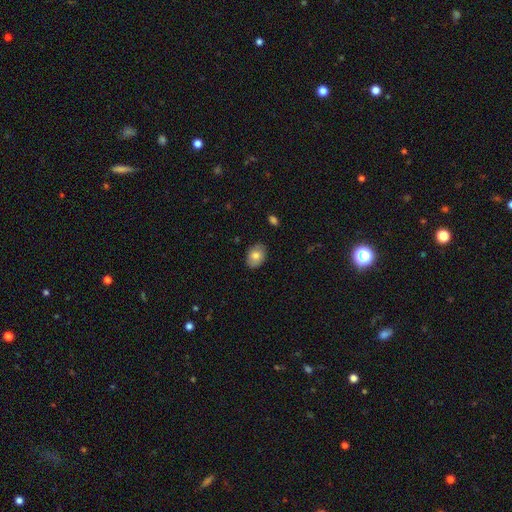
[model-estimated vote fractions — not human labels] Smooth or featured?
  - smooth: 79% *
  - featured or disk: 14%
  - star or artifact: 7%
How rounded?
  - in between: 79% *
  - round: 20%
  - cigar-shaped: 1%
Merging?
  - none: 85% *
  - minor disturbance: 11%
  - major disturbance: 2%
  - merger: 1%